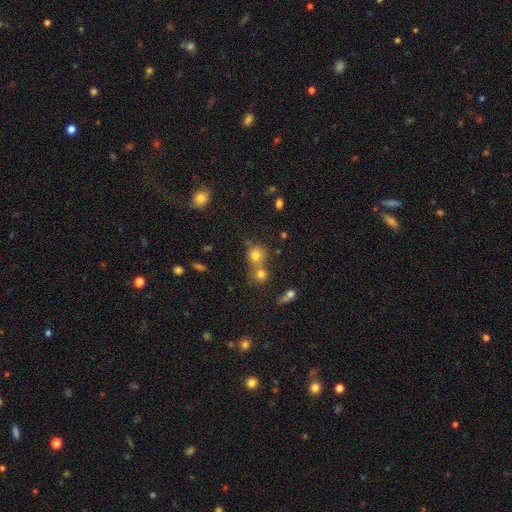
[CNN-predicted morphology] This is likely a smooth galaxy (75%). How rounded: clearly round (83%). Merging: possibly none (46%).